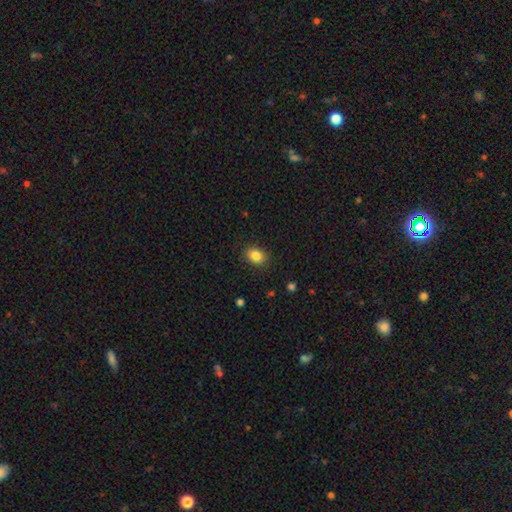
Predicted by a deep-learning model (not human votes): Q: Smooth or featured?
A: smooth (85%); runner-up: star or artifact (9%)
Q: How rounded?
A: in between (62%); runner-up: round (37%)
Q: Merging?
A: none (87%); runner-up: minor disturbance (9%)